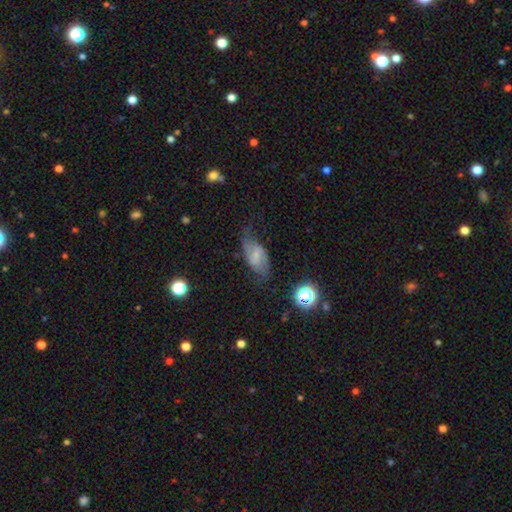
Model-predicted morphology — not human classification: The model was most divided on "spiral winding": loose: 47%, medium: 40%, tight: 13%. Remaining: edge-on disk — no (95%); spiral arms — yes (91%); spiral arm count — 2 (88%); smooth or featured — featured or disk (69%); merging — none (65%); bar — weak (53%); bulge size — small (48%).